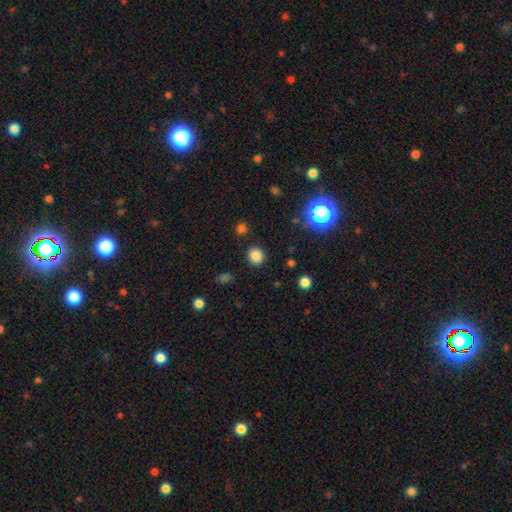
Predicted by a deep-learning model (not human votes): Overall: smooth (83%). How rounded: round (86%). Merging: none (89%).